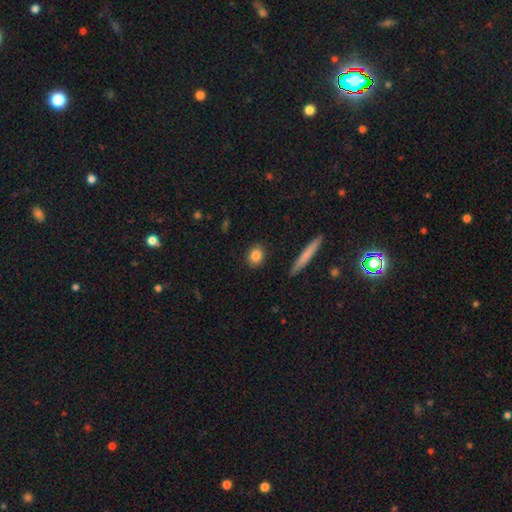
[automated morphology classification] The model was most divided on "how rounded": round: 63%, in between: 32%, cigar-shaped: 5%. More confident: merging — none (90%); smooth or featured — smooth (84%).